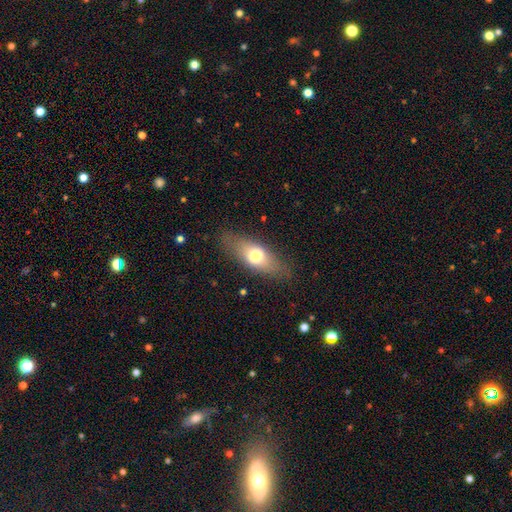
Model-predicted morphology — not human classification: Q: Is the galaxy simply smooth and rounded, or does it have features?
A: smooth — 66%.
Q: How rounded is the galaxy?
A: in between — 69%.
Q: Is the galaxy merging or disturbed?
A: none — 82%.